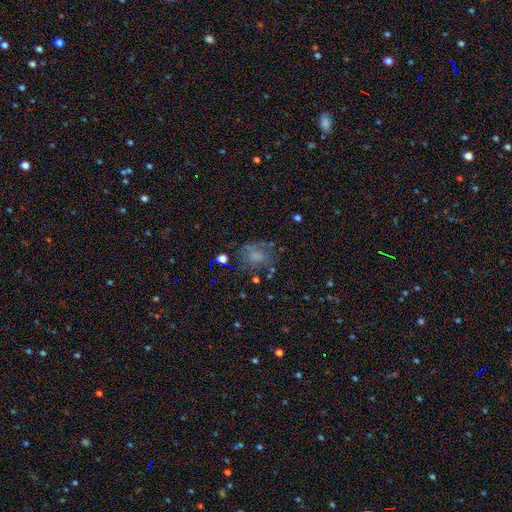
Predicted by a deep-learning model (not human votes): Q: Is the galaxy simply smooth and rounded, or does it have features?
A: smooth — 53%.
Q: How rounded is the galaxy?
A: round — 51%.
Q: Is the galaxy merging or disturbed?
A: none — 50%.